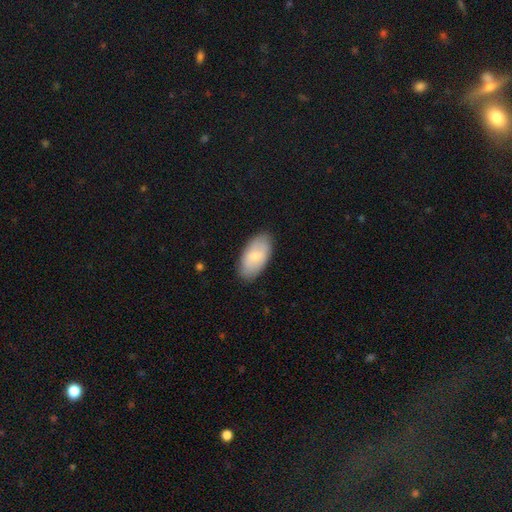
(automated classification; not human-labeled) A smooth galaxy with no disk features (71%) that is in between round and cigar-shaped (94%). Merging: none (84%).